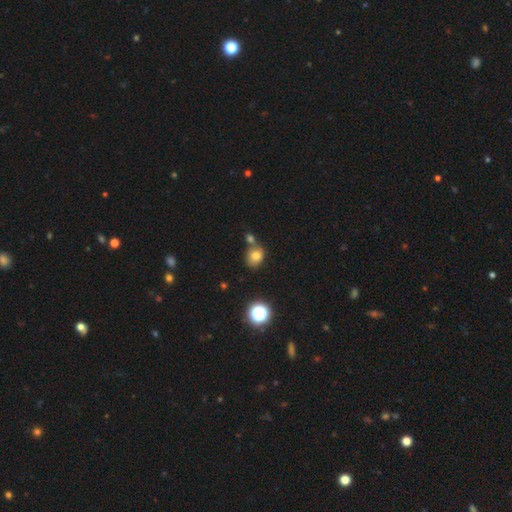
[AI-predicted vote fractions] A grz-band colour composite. It shows a smooth galaxy with no disk features (76%) that is round (56%). Merging: none (54%).